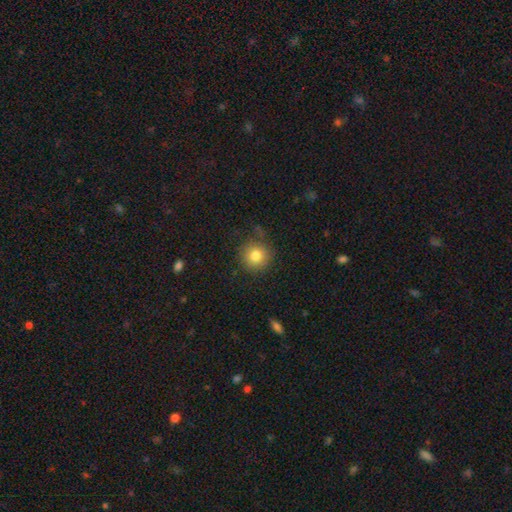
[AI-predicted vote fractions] The model was most divided on "merging": none: 82%, minor disturbance: 12%, major disturbance: 4%, merger: 2%. More confident: how rounded — round (93%); smooth or featured — smooth (81%).